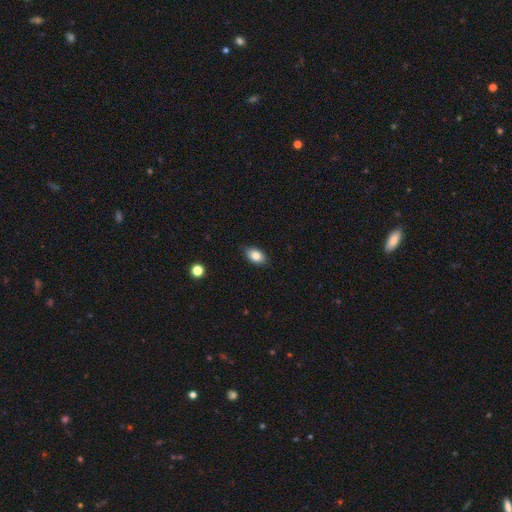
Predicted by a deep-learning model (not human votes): A smooth galaxy with no disk features (82%) that is in between round and cigar-shaped (88%).

Vote fractions:
- Smooth or featured? smooth: 82% / featured or disk: 9% / star or artifact: 8%
- How rounded? in between: 88% / round: 10% / cigar-shaped: 2%
- Merging? none: 86% / minor disturbance: 11% / major disturbance: 2% / merger: 1%